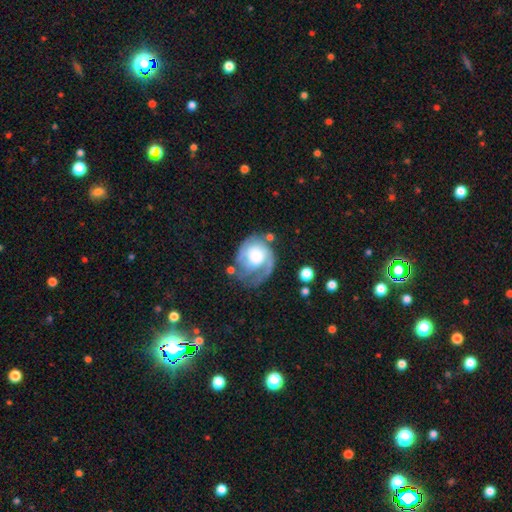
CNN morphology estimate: This is likely a featured or disk galaxy (71%). It is clearly not viewed edge-on (98%). Bar: likely no (77%). Spiral arm pattern: clearly yes (86%). Spiral arm count: marginally 1 (37%). Spiral winding: possibly tight (48%). Central bulge: possibly large (53%). Merging: possibly none (45%).